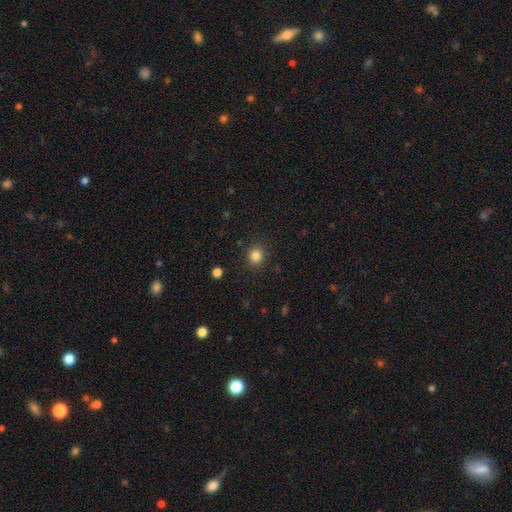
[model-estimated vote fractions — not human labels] smooth_or_featured: smooth (p=0.83) [alt: star or artifact p=0.12]
how_rounded: round (p=0.86) [alt: in between p=0.13]
merging: none (p=0.90) [alt: minor disturbance p=0.07]